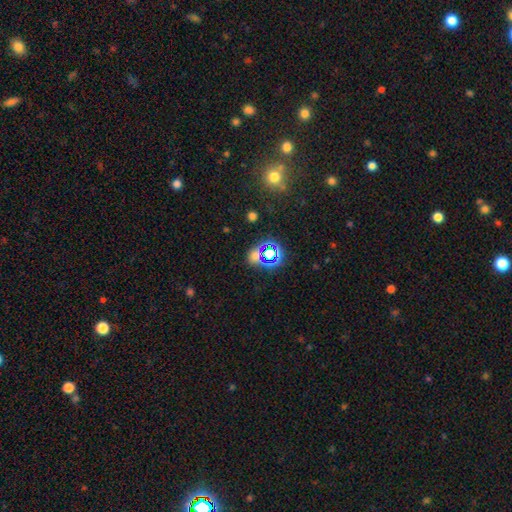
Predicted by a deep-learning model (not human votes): A star or artifact, not a galaxy (53%).

Vote fractions:
- Smooth or featured? star or artifact: 53% / smooth: 37% / featured or disk: 10%